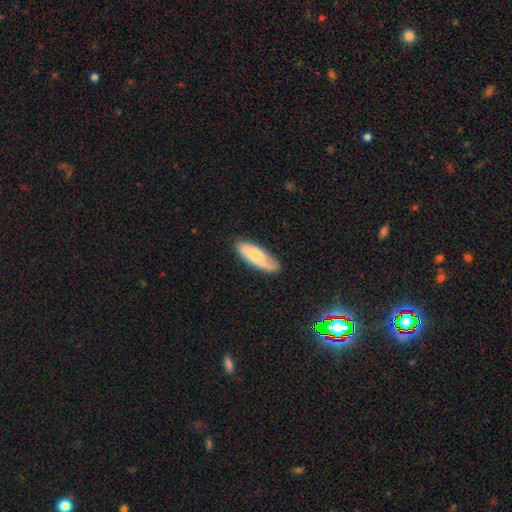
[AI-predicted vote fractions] Morphology: type=smooth (57%); roundness=in between (67%); merging=none (74%).